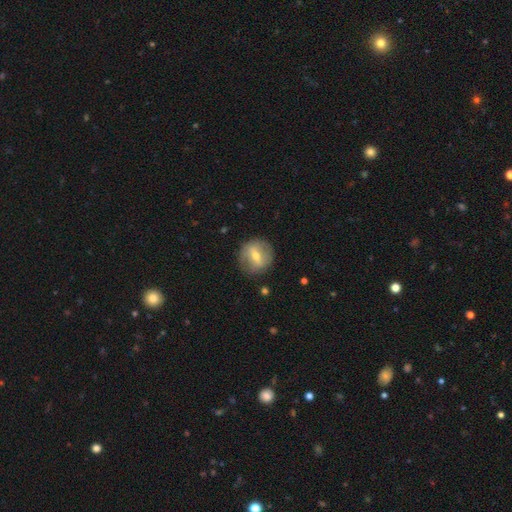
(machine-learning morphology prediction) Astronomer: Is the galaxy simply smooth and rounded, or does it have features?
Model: featured or disk — 52% (runner-up: smooth, 41%).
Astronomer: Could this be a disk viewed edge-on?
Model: no — 89%.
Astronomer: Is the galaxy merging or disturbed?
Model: none — 83%.